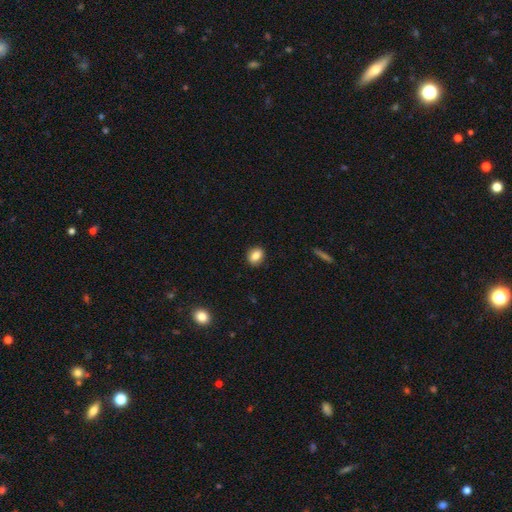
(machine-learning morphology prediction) Smooth or featured?
  - smooth: 83% *
  - star or artifact: 9%
  - featured or disk: 8%
How rounded?
  - in between: 53% *
  - round: 45%
  - cigar-shaped: 2%
Merging?
  - none: 89% *
  - minor disturbance: 8%
  - major disturbance: 2%
  - merger: 1%